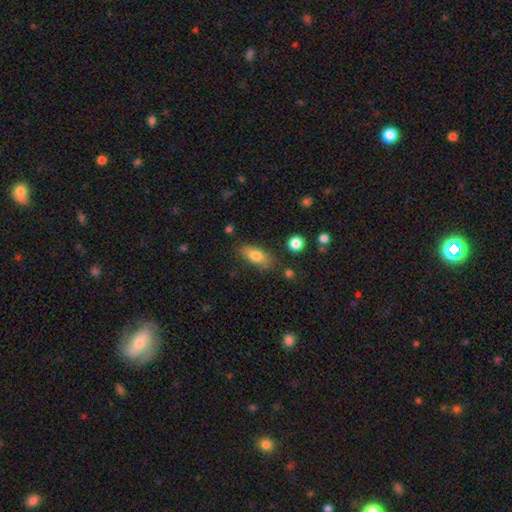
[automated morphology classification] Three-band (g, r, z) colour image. It shows a smooth galaxy with no disk features (77%) that is in between round and cigar-shaped (82%). Merging: none (73%).